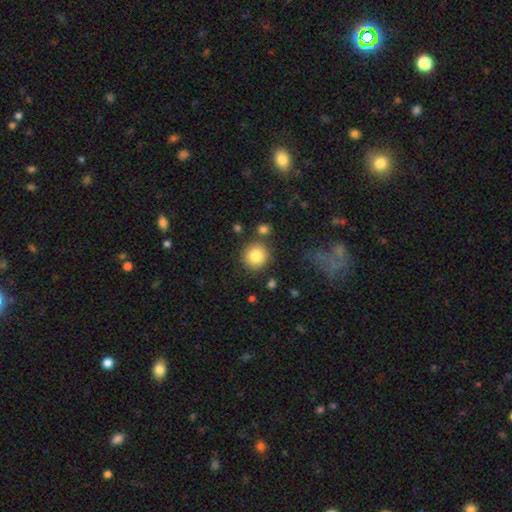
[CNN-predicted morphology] type=smooth (84%); roundness=round (92%); merging=none (82%).